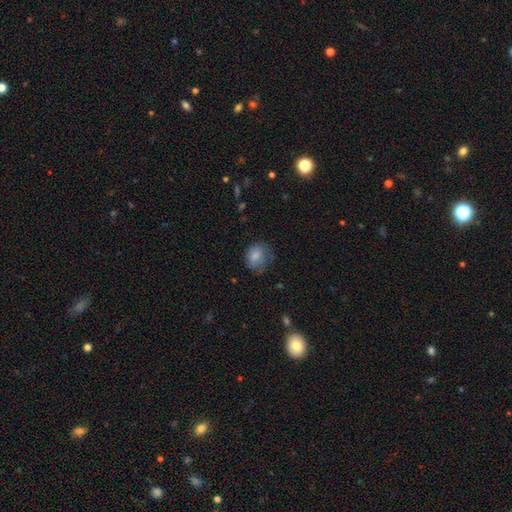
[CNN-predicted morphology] Smooth or featured?
  - smooth: 82% *
  - featured or disk: 10%
  - star or artifact: 9%
How rounded?
  - round: 64% *
  - in between: 35%
  - cigar-shaped: 1%
Merging?
  - none: 62% *
  - minor disturbance: 27%
  - major disturbance: 10%
  - merger: 1%